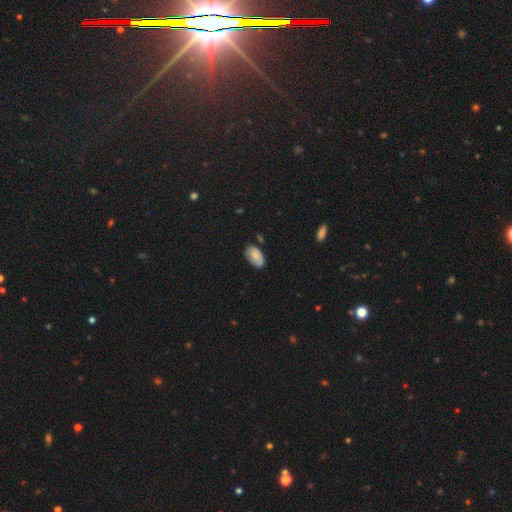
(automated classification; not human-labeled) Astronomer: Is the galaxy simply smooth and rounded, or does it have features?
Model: smooth — 77%.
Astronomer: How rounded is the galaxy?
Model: in between — 94%.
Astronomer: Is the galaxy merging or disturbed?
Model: none — 71%.